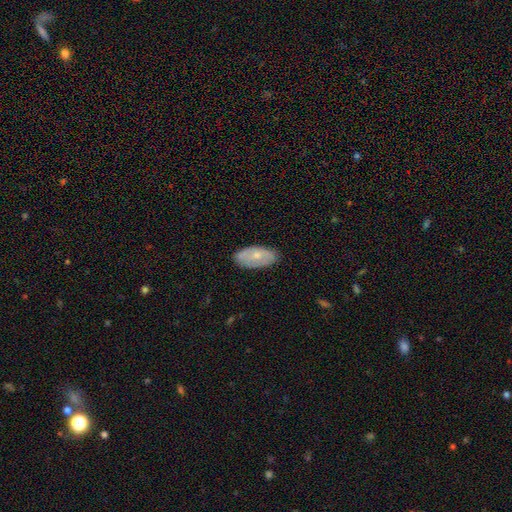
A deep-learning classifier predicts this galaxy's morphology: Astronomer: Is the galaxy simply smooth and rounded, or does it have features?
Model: smooth — 55% (runner-up: featured or disk, 39%).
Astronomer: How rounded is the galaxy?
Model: in between — 92%.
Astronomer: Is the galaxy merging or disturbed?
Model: none — 82%.